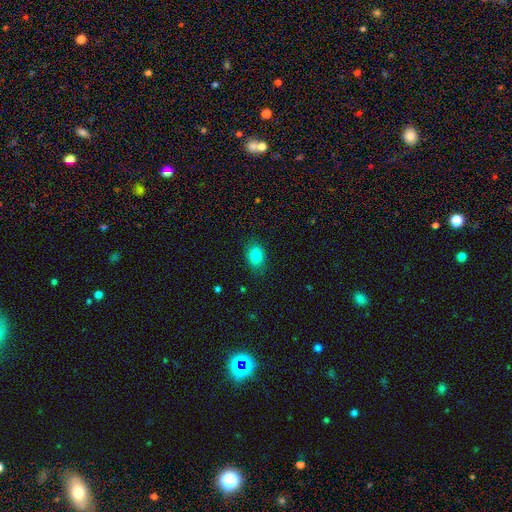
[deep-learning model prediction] Overall: smooth (82%). How rounded: in between (72%). Merging: none (85%).